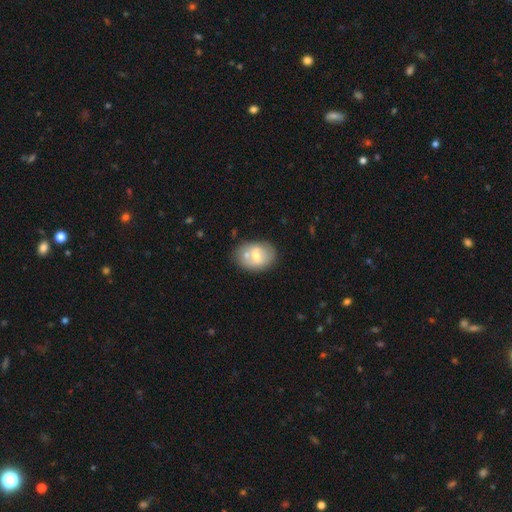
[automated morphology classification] This appears to be a smooth galaxy with no disk features (56%) that is in between round and cigar-shaped (74%). Merging: none (58%).